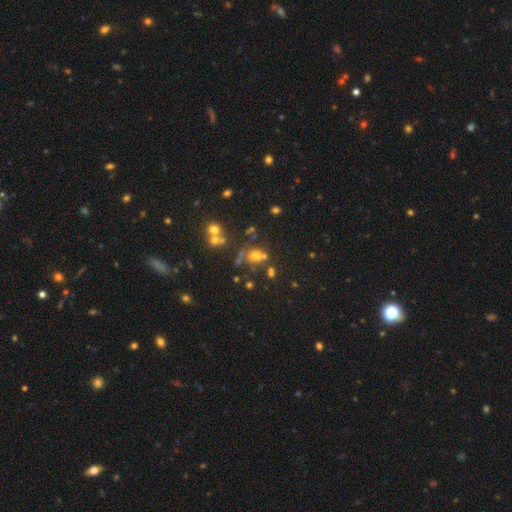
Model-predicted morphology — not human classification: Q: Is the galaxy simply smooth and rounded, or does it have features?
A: smooth — 49%.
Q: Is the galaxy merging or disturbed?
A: none — 52%.